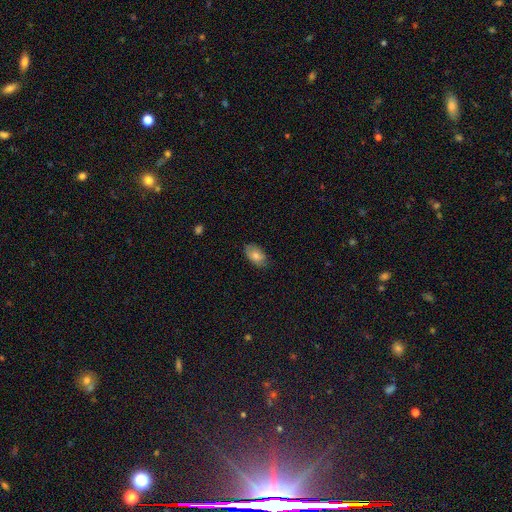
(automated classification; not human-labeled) Morphology: type=smooth (73%); roundness=in between (91%); merging=none (75%).